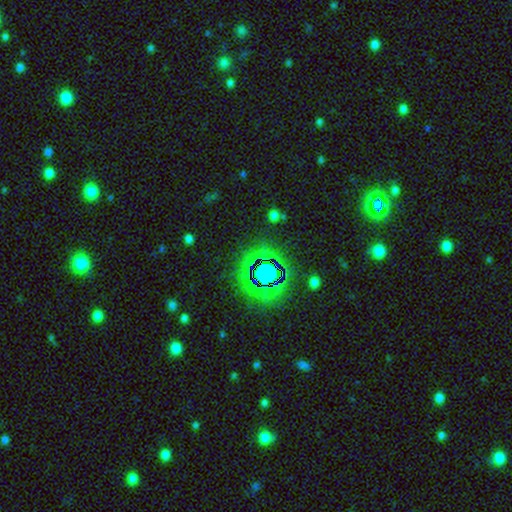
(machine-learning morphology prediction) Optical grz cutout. It shows a star or artifact, not a galaxy (79%).